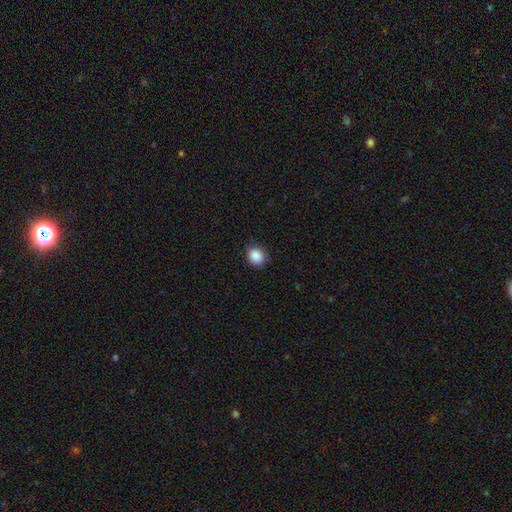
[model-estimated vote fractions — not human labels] A smooth galaxy with no disk features (88%) that is round (77%).

Vote fractions:
- Smooth or featured? smooth: 88% / star or artifact: 9% / featured or disk: 3%
- How rounded? round: 77% / in between: 22% / cigar-shaped: 1%
- Merging? none: 86% / minor disturbance: 11% / major disturbance: 2% / merger: 1%